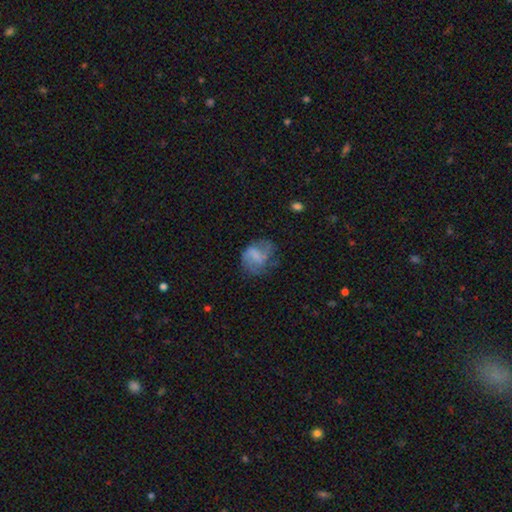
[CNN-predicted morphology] Q: Smooth or featured?
A: featured or disk (50%); runner-up: smooth (40%)
Q: Merging?
A: none (48%); runner-up: major disturbance (25%)